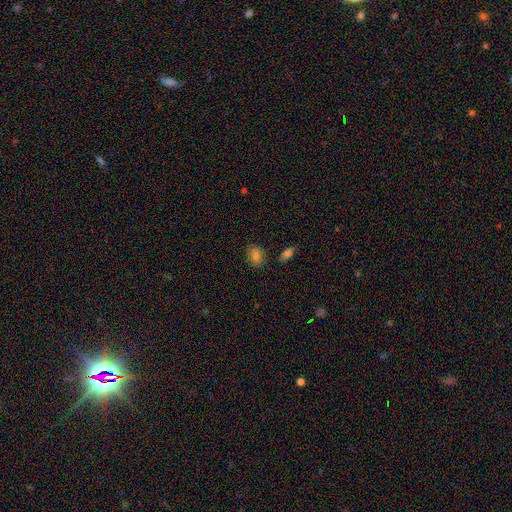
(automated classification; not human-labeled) Smooth or featured? Predicted: smooth (p=0.76). How rounded? Predicted: in between (p=0.78). Merging? Predicted: none (p=0.79).